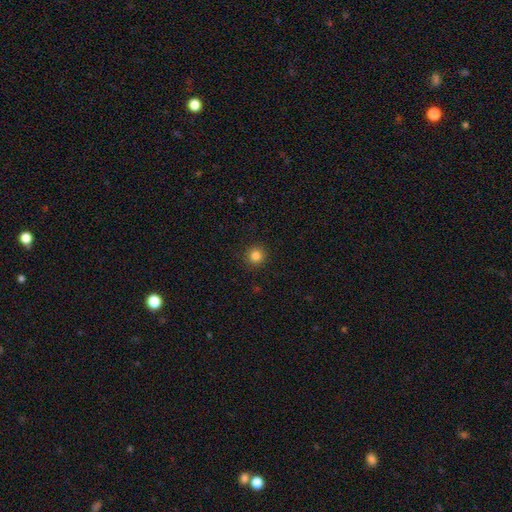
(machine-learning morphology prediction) smooth-or-featured: smooth: 84% | star or artifact: 12% | featured or disk: 4%
  how-rounded: round: 95% | in between: 4% | cigar-shaped: 1%
  merging: none: 92% | minor disturbance: 5% | major disturbance: 2% | merger: 1%